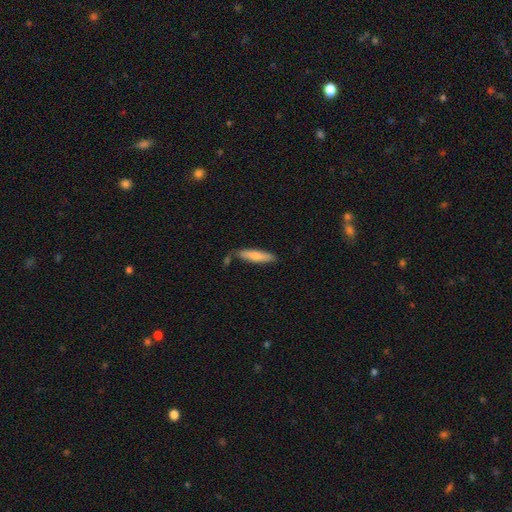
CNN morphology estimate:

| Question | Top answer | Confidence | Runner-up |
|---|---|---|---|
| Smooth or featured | smooth | 73% | featured or disk (21%) |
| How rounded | cigar-shaped | 78% | in between (20%) |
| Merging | none | 72% | minor disturbance (17%) |